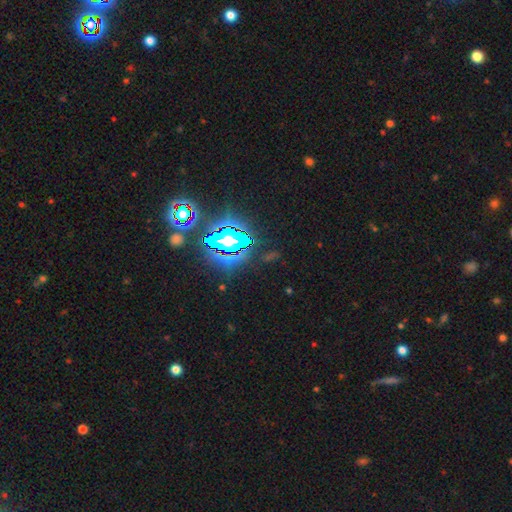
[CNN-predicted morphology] A star or artifact, not a galaxy (84%).